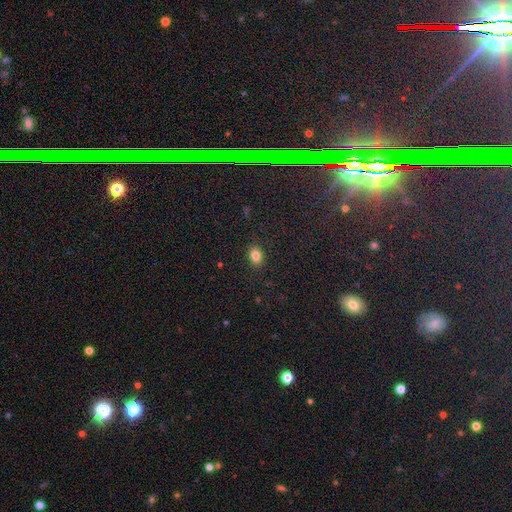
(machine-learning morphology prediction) Smooth or featured? Predicted: smooth (p=0.83). How rounded? Predicted: in between (p=0.75). Merging? Predicted: none (p=0.88).